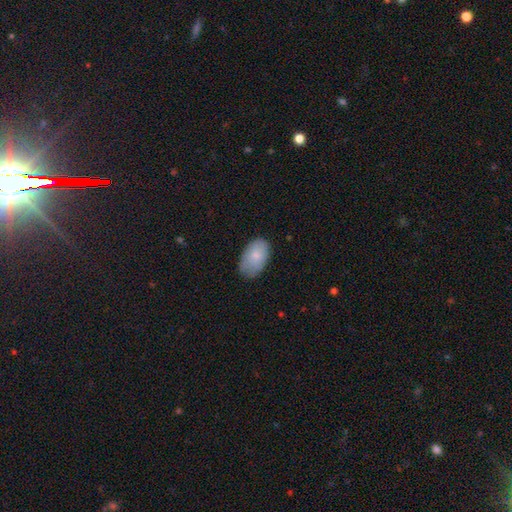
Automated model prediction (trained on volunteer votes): This is clearly a smooth galaxy (81%). How rounded: clearly in between (93%). Merging: likely none (72%).